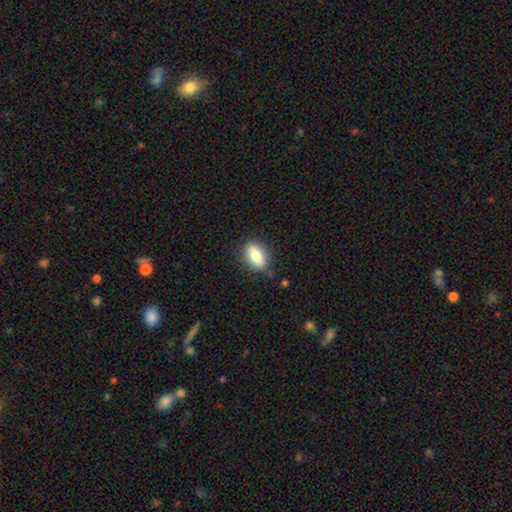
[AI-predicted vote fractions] The model was most divided on "merging": none: 80%, minor disturbance: 15%, major disturbance: 4%, merger: 2%. More confident: how rounded — in between (82%); smooth or featured — smooth (81%).